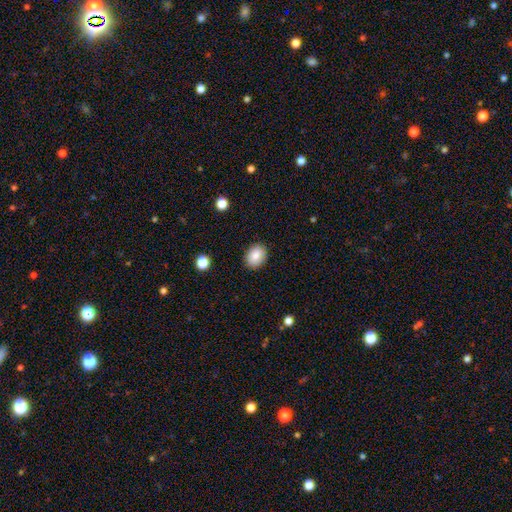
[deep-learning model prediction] smooth-or-featured: smooth: 86% | star or artifact: 8% | featured or disk: 6%
  how-rounded: in between: 62% | round: 37% | cigar-shaped: 1%
  merging: none: 88% | minor disturbance: 8% | major disturbance: 2% | merger: 1%